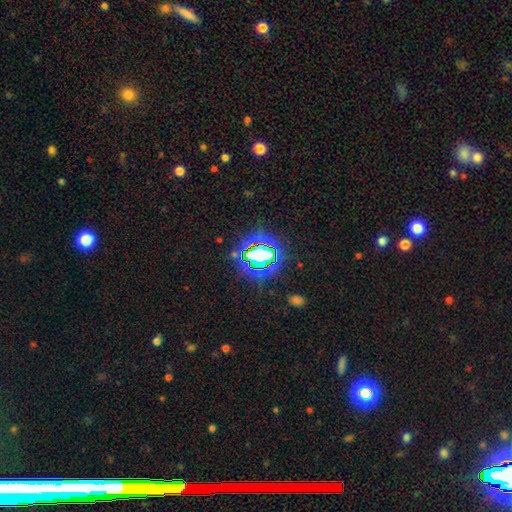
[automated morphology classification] star or artifact 78%, smooth 14%, featured or disk 8%.